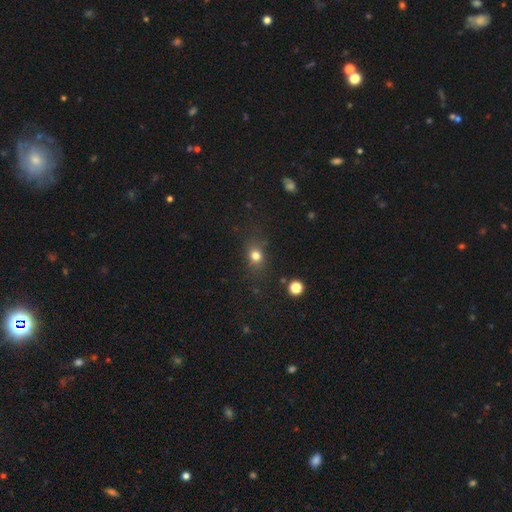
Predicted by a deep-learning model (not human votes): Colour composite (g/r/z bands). It shows a smooth galaxy with no disk features (76%) that is round (57%). Merging: none (76%).